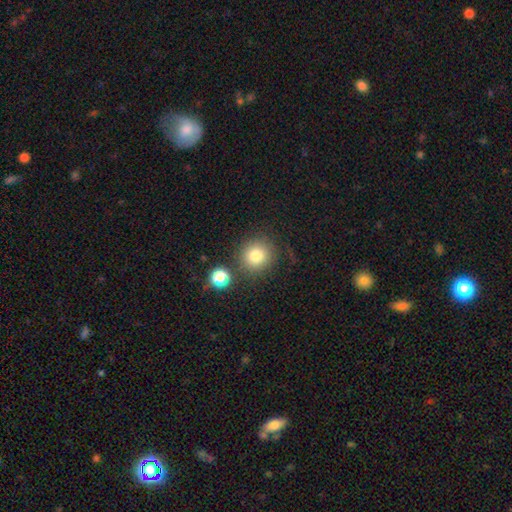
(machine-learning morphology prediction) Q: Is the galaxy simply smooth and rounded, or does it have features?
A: smooth — 80%.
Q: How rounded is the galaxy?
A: round — 91%.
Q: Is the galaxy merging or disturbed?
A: none — 77%.